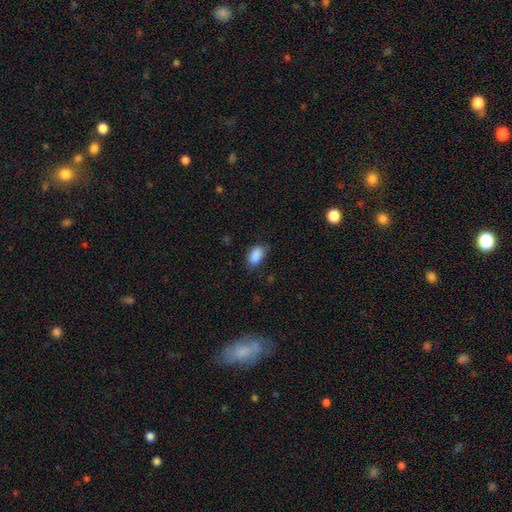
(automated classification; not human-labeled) A smooth galaxy with no disk features (88%) that is in between round and cigar-shaped (91%).

Vote fractions:
- Smooth or featured? smooth: 88% / star or artifact: 8% / featured or disk: 4%
- How rounded? in between: 91% / round: 6% / cigar-shaped: 3%
- Merging? none: 69% / minor disturbance: 24% / major disturbance: 6% / merger: 2%